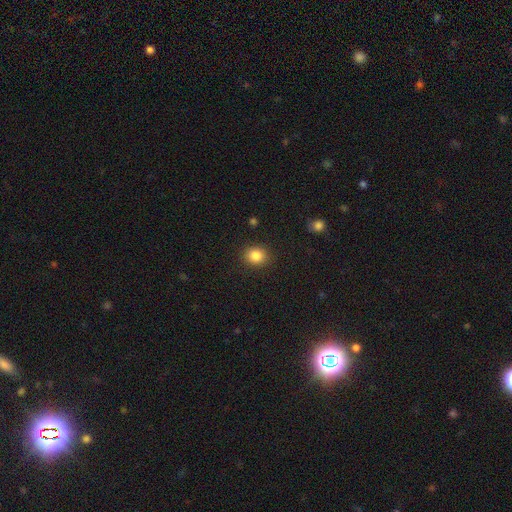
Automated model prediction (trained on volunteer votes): This is clearly a smooth galaxy (85%). How rounded: likely round (68%). Merging: clearly none (89%).